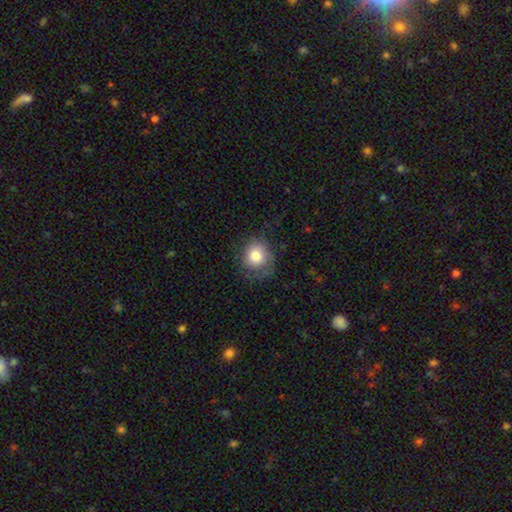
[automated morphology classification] smooth 79%, featured or disk 13%, star or artifact 8%. Down the decision tree: how rounded — round (78%); merging — none (63%).